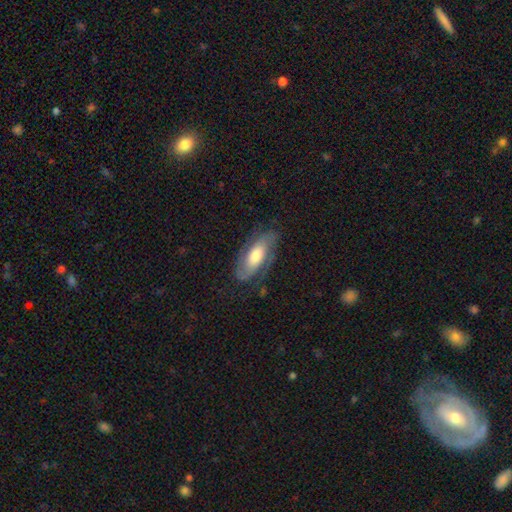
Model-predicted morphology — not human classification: The model was most divided on "bulge size": moderate: 49%, large: 32%, small: 12%, dominant: 4%, none: 3%. More confident: edge-on disk — no (87%); spiral arms — yes (85%); merging — none (72%); smooth or featured — featured or disk (66%); bar — no (57%).